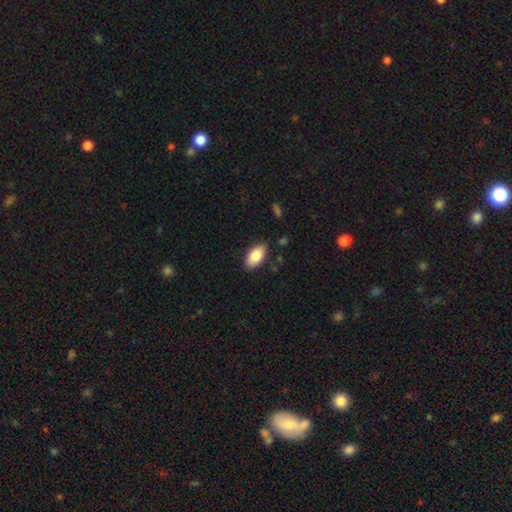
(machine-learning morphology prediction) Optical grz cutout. It shows a smooth galaxy with no disk features (83%) that is in between round and cigar-shaped (94%). Merging: none (86%).